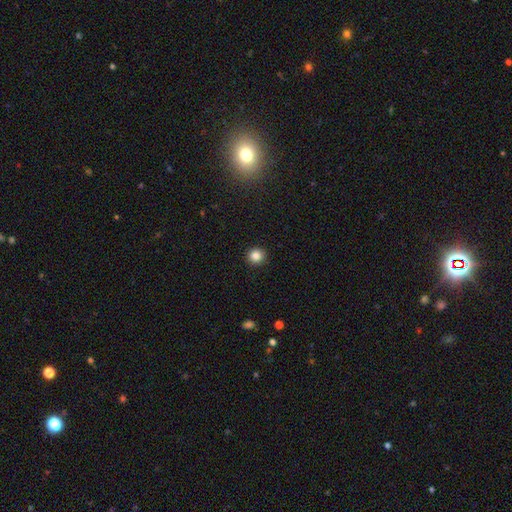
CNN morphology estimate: This appears to be a smooth galaxy with no disk features (85%) that is round (94%). Merging: none (93%).